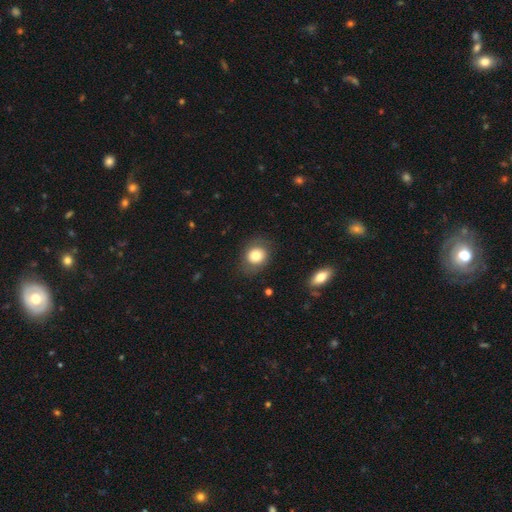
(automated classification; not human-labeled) A smooth galaxy with no disk features (78%) that is round (66%).

Vote fractions:
- Smooth or featured? smooth: 78% / featured or disk: 13% / star or artifact: 9%
- How rounded? round: 66% / in between: 33% / cigar-shaped: 1%
- Merging? none: 80% / minor disturbance: 14% / major disturbance: 5% / merger: 1%